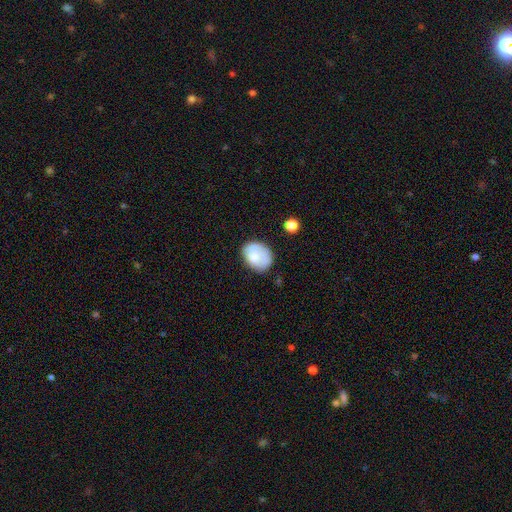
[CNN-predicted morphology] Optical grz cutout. It shows a smooth galaxy with no disk features (70%) that is in between round and cigar-shaped (63%). Merging: none (62%).